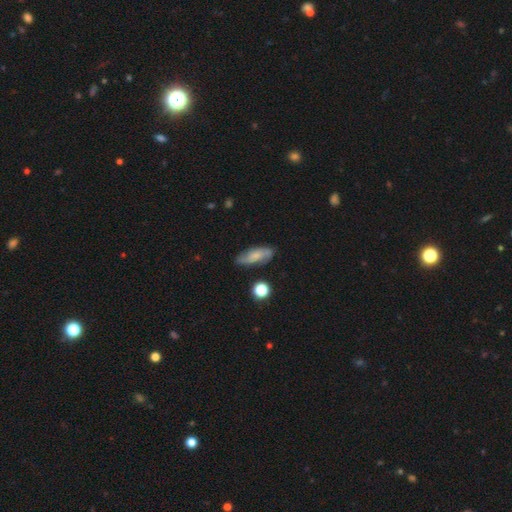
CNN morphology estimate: A smooth galaxy with no disk features (48%).

Vote fractions:
- Smooth or featured? smooth: 48% / featured or disk: 44% / star or artifact: 9%
- Merging? none: 75% / minor disturbance: 18% / major disturbance: 4% / merger: 2%